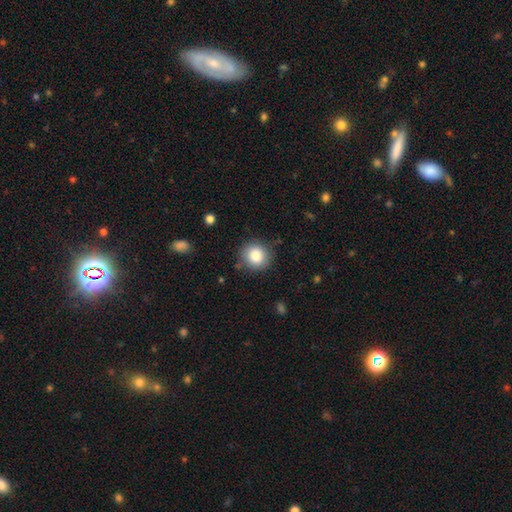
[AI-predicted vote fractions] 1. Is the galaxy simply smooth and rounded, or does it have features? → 83% smooth, 9% star or artifact, 7% featured or disk.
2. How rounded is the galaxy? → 89% round, 10% in between, 1% cigar-shaped.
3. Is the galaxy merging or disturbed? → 85% none, 10% minor disturbance, 3% major disturbance, 2% merger.